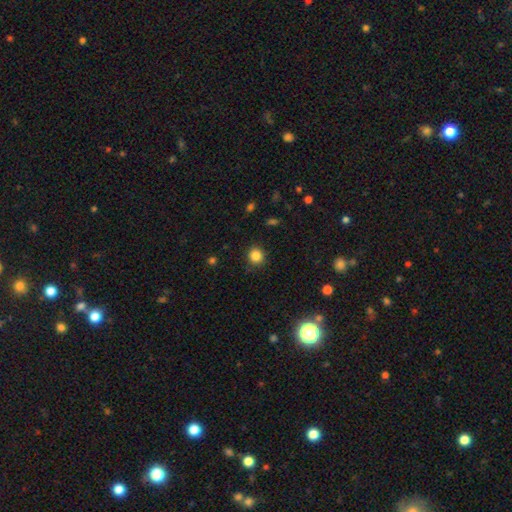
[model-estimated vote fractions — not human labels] Smooth or featured? Predicted: smooth (p=0.84). How rounded? Predicted: round (p=0.88). Merging? Predicted: none (p=0.89).